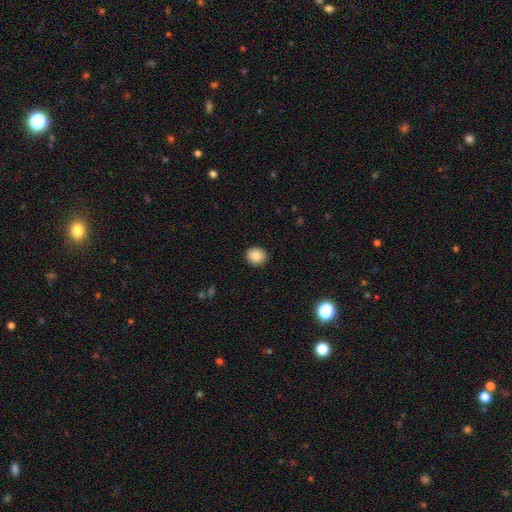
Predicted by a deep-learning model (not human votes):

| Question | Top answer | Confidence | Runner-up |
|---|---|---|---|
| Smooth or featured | smooth | 88% | star or artifact (9%) |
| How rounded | round | 70% | in between (29%) |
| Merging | none | 89% | minor disturbance (8%) |